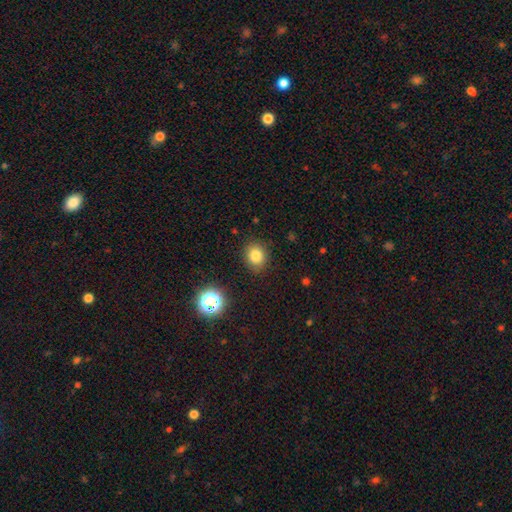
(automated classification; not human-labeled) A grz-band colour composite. It shows a smooth galaxy with no disk features (81%) that is round (66%). Merging: none (86%).